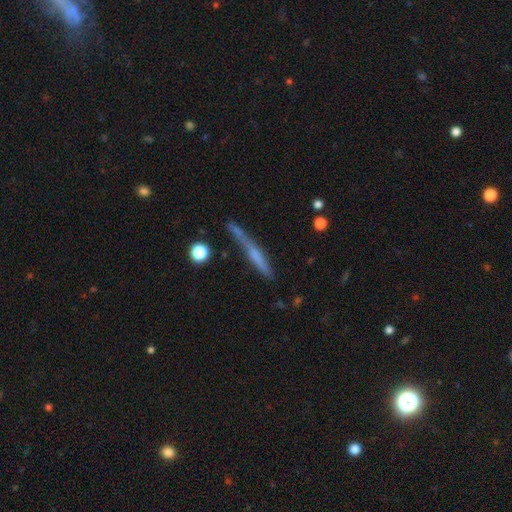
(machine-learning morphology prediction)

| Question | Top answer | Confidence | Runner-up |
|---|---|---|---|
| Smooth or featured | smooth | 46% | tied: featured or disk (46%) |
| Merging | none | 63% | minor disturbance (21%) |